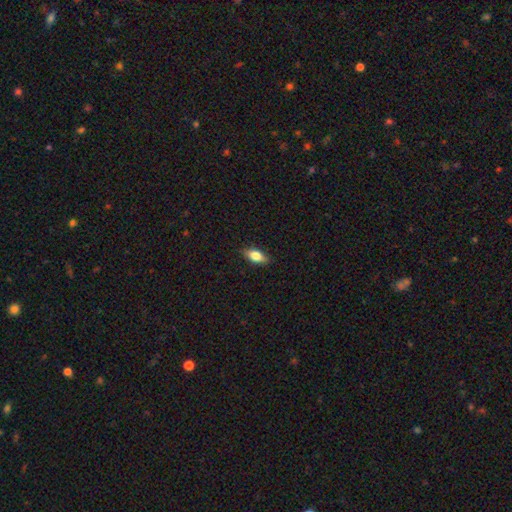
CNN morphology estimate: Q: Smooth or featured?
A: smooth (77%); runner-up: featured or disk (16%)
Q: How rounded?
A: in between (84%); runner-up: cigar-shaped (10%)
Q: Merging?
A: none (86%); runner-up: minor disturbance (11%)